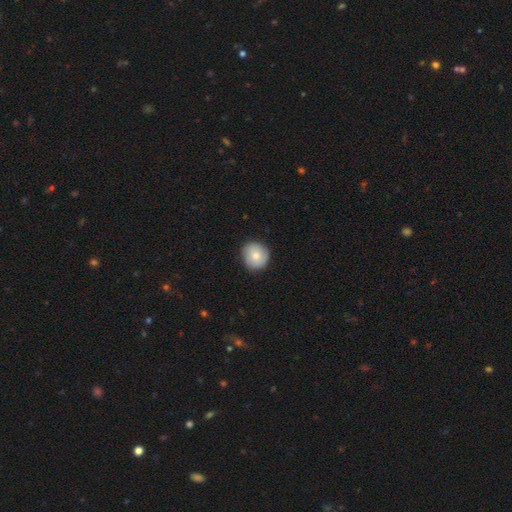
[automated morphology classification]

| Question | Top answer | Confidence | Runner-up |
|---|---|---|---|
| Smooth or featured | smooth | 77% | featured or disk (16%) |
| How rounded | round | 88% | in between (11%) |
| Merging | none | 85% | minor disturbance (12%) |